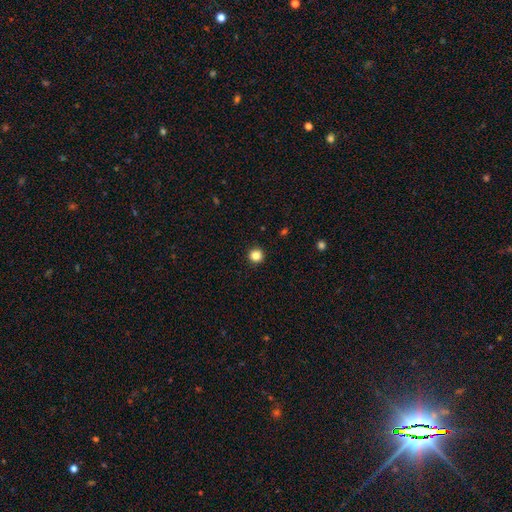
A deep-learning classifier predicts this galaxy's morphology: Smooth or featured? Predicted: smooth (p=0.84). How rounded? Predicted: round (p=0.96). Merging? Predicted: none (p=0.93).